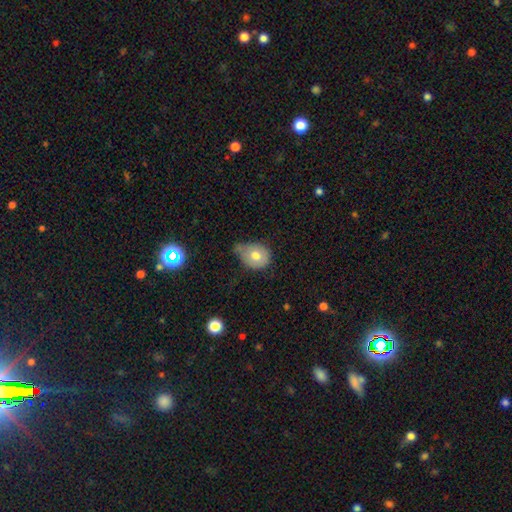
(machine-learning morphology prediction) smooth_or_featured: smooth (p=0.72) [alt: featured or disk p=0.19]
how_rounded: round (p=0.55) [alt: in between p=0.44]
merging: minor disturbance (p=0.45) [alt: none p=0.35]